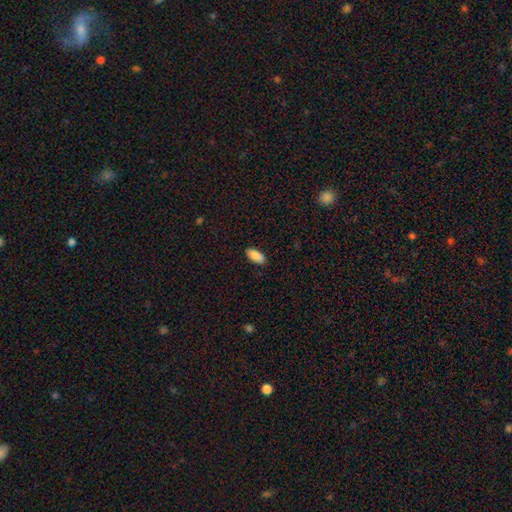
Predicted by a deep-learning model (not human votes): Overall: smooth (90%). How rounded: in between (89%). Merging: none (89%).